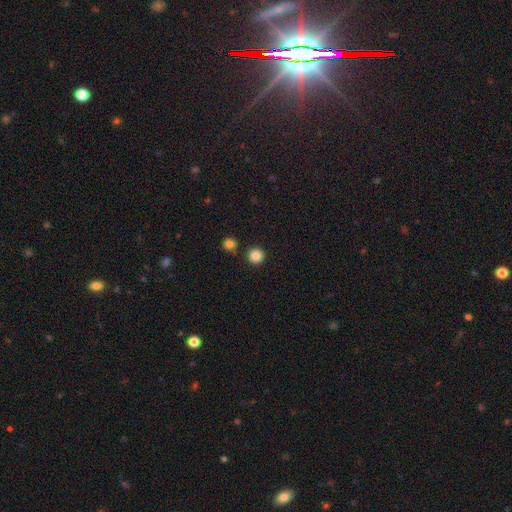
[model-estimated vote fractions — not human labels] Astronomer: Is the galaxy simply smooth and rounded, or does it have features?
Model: smooth — 86%.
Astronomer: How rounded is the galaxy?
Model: round — 95%.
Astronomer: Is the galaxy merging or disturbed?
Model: none — 86%.